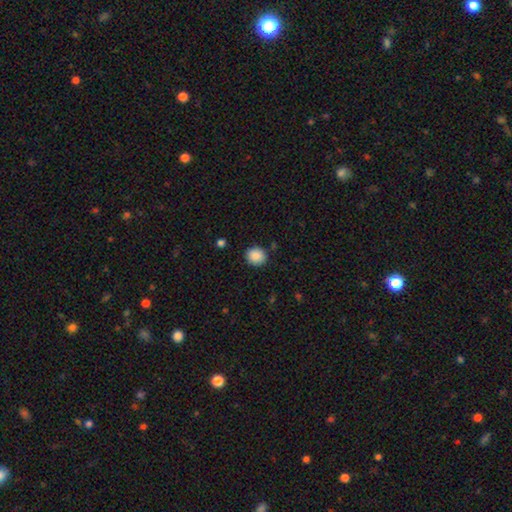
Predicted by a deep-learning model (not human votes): A smooth galaxy with no disk features (88%) that is round (84%).

Vote fractions:
- Smooth or featured? smooth: 88% / star or artifact: 8% / featured or disk: 3%
- How rounded? round: 84% / in between: 15% / cigar-shaped: 1%
- Merging? none: 88% / minor disturbance: 8% / major disturbance: 2% / merger: 1%